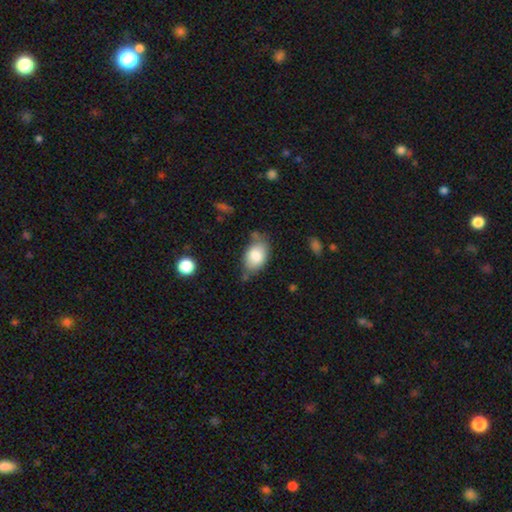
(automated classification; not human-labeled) Smooth or featured? smooth (82%)
How rounded? in between (89%)
Merging? none (55%)